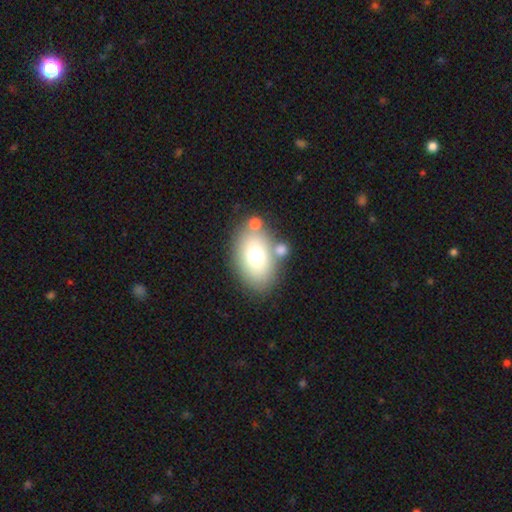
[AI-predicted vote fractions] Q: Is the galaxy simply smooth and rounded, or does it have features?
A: smooth — 71%.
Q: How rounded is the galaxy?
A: in between — 86%.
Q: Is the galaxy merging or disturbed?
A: none — 70%.